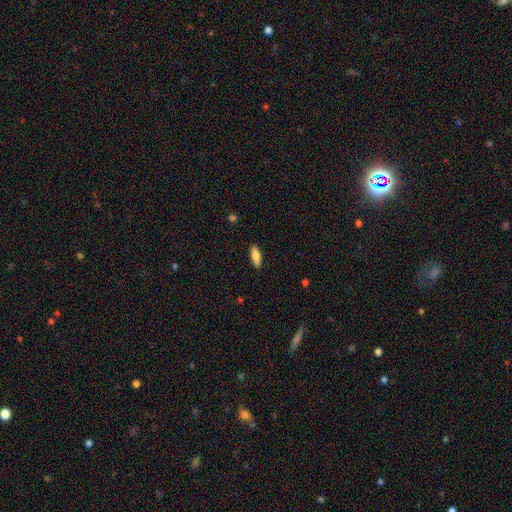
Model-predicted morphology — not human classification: Smooth or featured? Predicted: smooth (p=0.81). How rounded? Predicted: in between (p=0.68). Merging? Predicted: none (p=0.87).